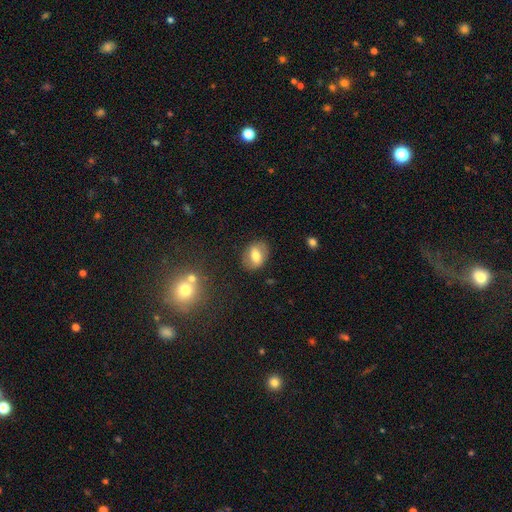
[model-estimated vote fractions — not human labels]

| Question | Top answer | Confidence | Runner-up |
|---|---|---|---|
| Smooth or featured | smooth | 61% | featured or disk (30%) |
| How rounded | in between | 66% | round (32%) |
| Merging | none | 83% | minor disturbance (11%) |